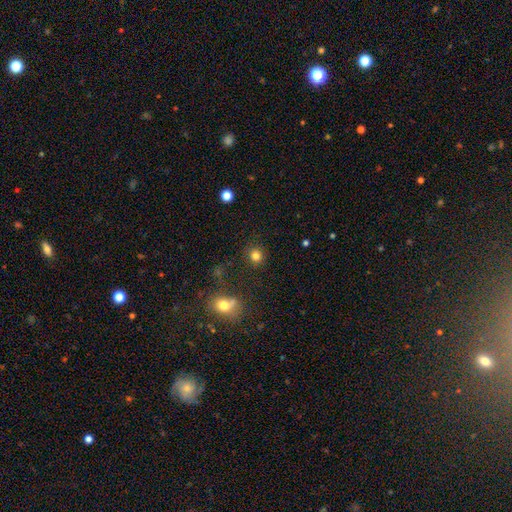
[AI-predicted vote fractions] Smooth or featured? smooth (81%)
How rounded? round (87%)
Merging? none (87%)